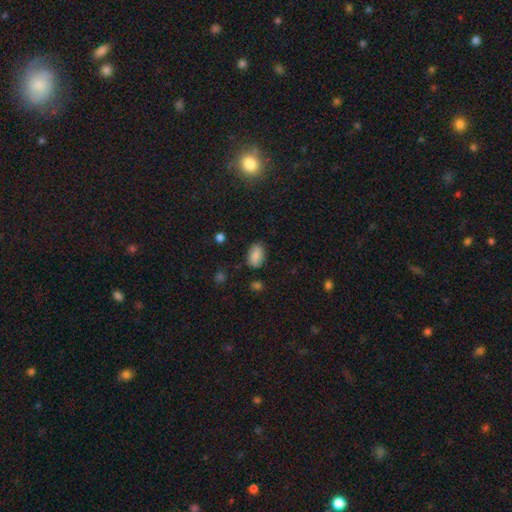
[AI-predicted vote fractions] Morphology: type=smooth (86%); roundness=in between (90%); merging=none (80%).